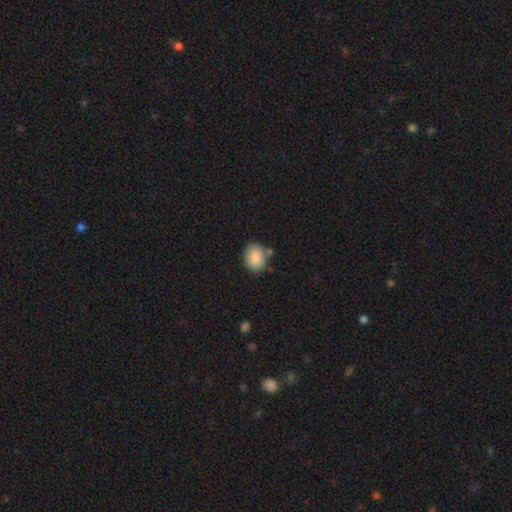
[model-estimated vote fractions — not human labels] This is clearly a smooth galaxy (86%). How rounded: possibly in between (51%). Merging: likely none (77%).